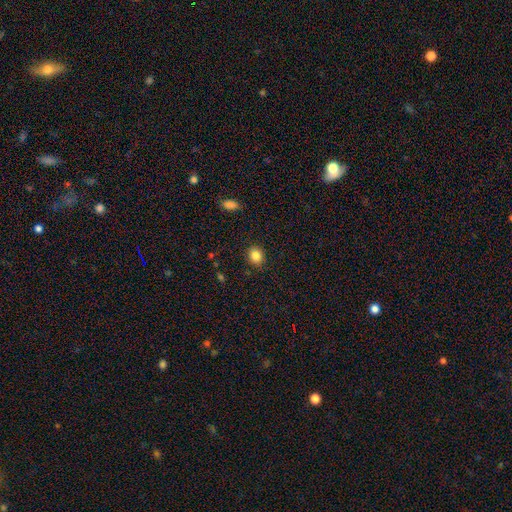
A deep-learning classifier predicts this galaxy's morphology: type=smooth (85%); roundness=round (72%); merging=none (89%).